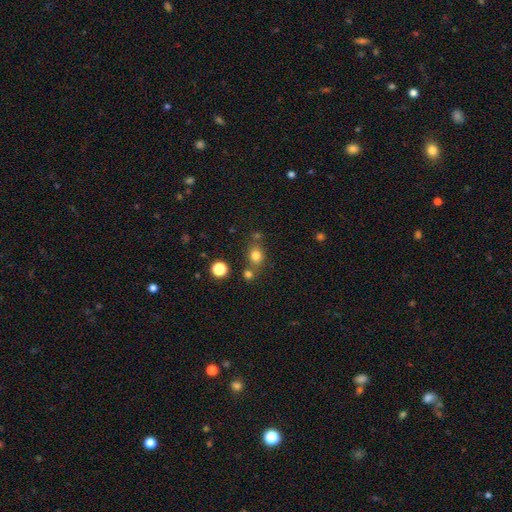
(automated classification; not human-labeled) Smooth or featured? Predicted: smooth (p=0.77). How rounded? Predicted: round (p=0.68). Merging? Predicted: none (p=0.64).